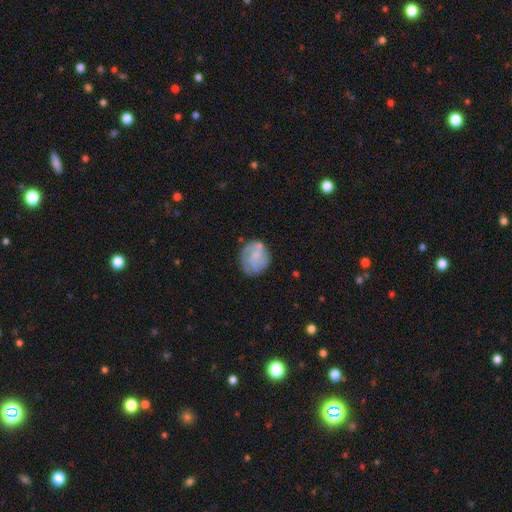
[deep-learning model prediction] A featured or disk galaxy (58%) with no bar (68%), spiral arms (76%) and a small central bulge (38%). Merging: none (62%).